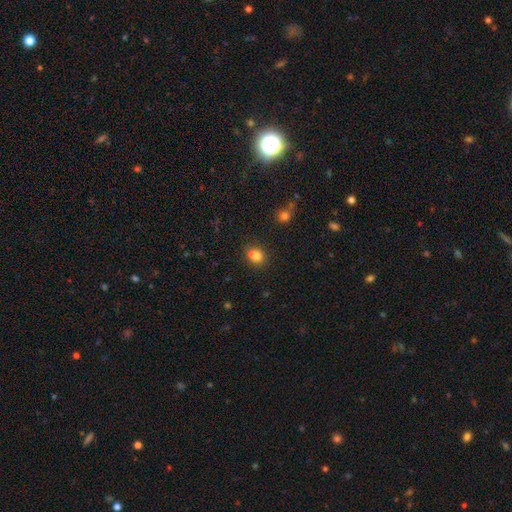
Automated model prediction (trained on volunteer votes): This appears to be a smooth galaxy with no disk features (80%) that is round (54%). Merging: none (63%).